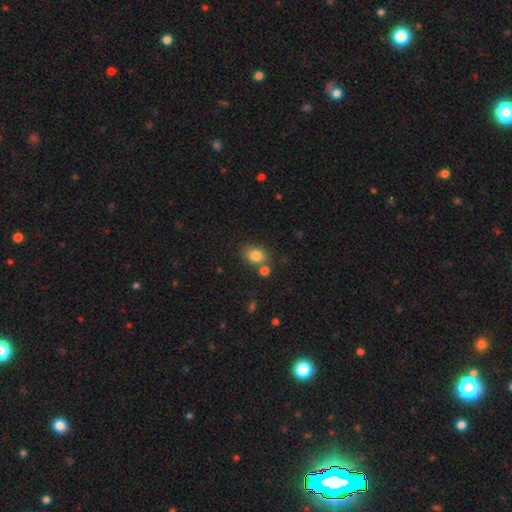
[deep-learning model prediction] This appears to be a smooth galaxy with no disk features (82%) that is in between round and cigar-shaped (61%). Merging: none (68%).